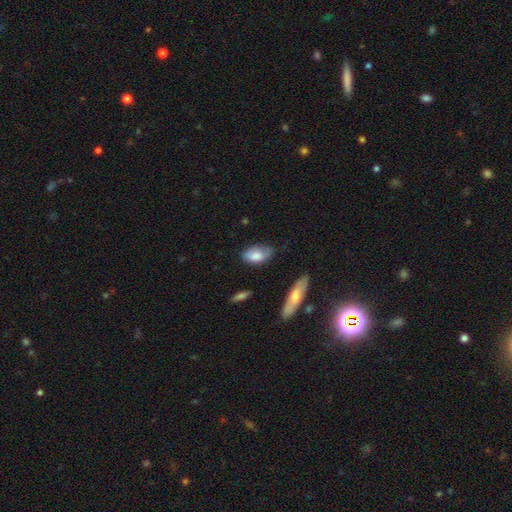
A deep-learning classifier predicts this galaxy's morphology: Smooth or featured? Predicted: smooth (p=0.77). How rounded? Predicted: in between (p=0.91). Merging? Predicted: none (p=0.57).